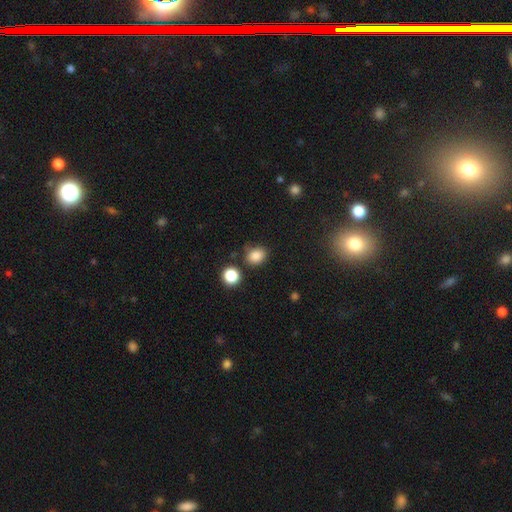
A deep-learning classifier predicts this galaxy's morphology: This appears to be a smooth galaxy with no disk features (84%) that is round (54%). Merging: none (72%).